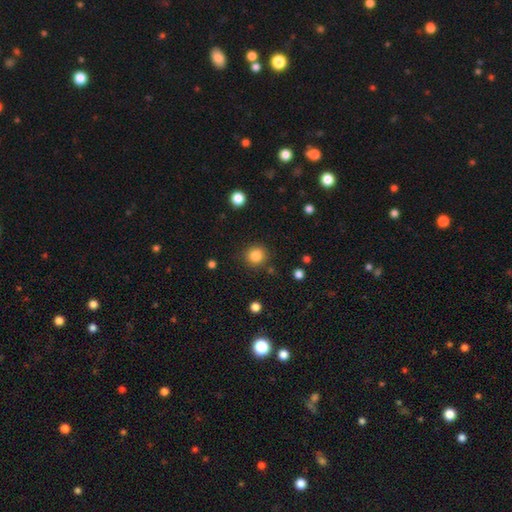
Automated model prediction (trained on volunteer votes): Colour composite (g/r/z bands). It shows a smooth galaxy with no disk features (84%) that is round (92%). Merging: none (87%).